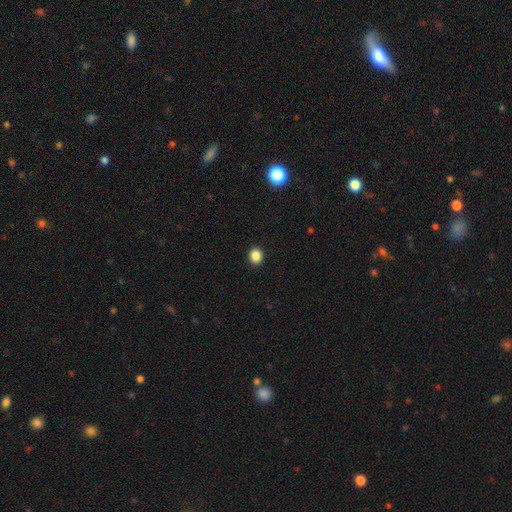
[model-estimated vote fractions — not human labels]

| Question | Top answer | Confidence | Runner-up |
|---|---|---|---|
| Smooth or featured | smooth | 87% | star or artifact (10%) |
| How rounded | round | 64% | in between (35%) |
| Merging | none | 92% | minor disturbance (5%) |